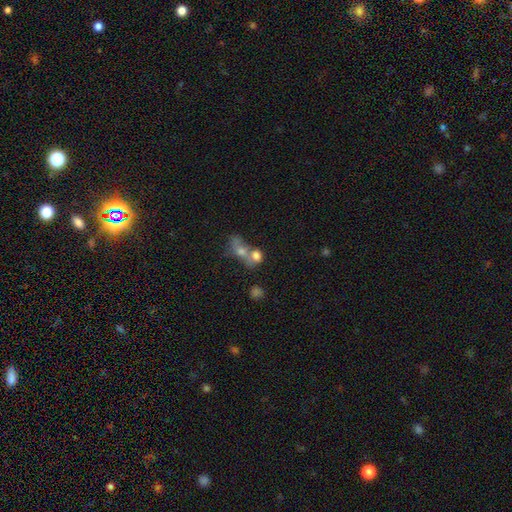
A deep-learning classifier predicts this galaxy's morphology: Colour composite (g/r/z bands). It shows a smooth galaxy with no disk features (68%) that is round (51%). Merging: merger (62%).